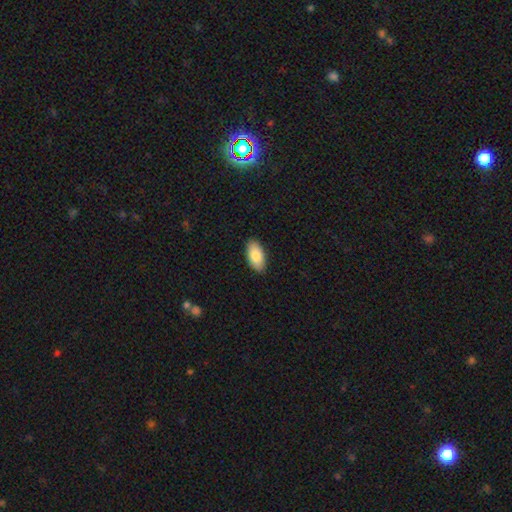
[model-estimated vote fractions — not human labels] Smooth or featured? Predicted: smooth (p=0.85). How rounded? Predicted: in between (p=0.94). Merging? Predicted: none (p=0.88).